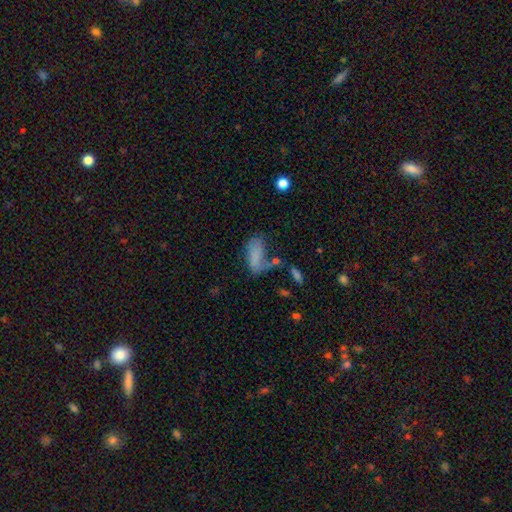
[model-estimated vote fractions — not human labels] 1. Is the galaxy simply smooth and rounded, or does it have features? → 74% smooth, 16% featured or disk, 10% star or artifact.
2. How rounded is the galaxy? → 85% in between, 12% cigar-shaped, 3% round.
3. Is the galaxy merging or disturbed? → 38% none, 26% minor disturbance, 23% major disturbance, 14% merger.